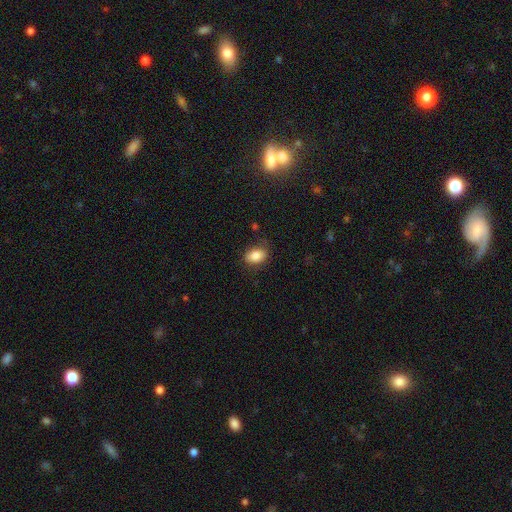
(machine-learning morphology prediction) This appears to be a smooth galaxy with no disk features (85%) that is in between round and cigar-shaped (82%). Merging: none (76%).